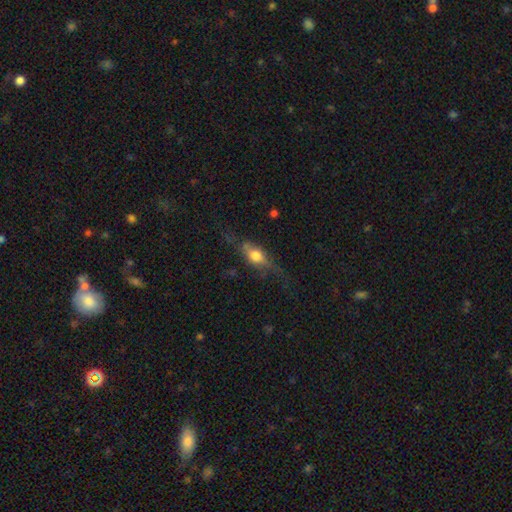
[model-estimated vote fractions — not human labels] A smooth galaxy with no disk features (48%).

Vote fractions:
- Smooth or featured? smooth: 48% / featured or disk: 43% / star or artifact: 9%
- Merging? none: 52% / minor disturbance: 25% / major disturbance: 20% / merger: 3%